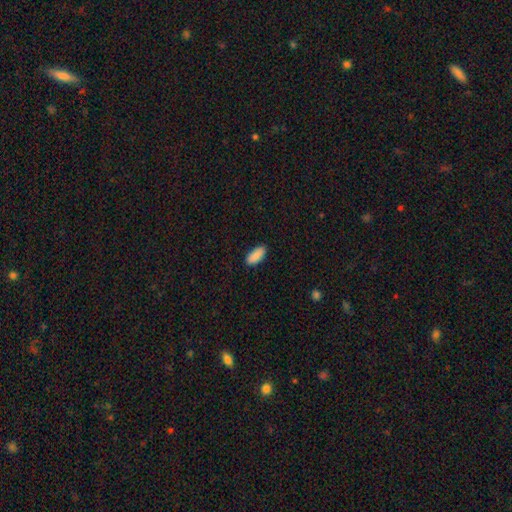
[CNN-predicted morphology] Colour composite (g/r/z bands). It shows a smooth galaxy with no disk features (90%) that is in between round and cigar-shaped (87%). Merging: none (88%).